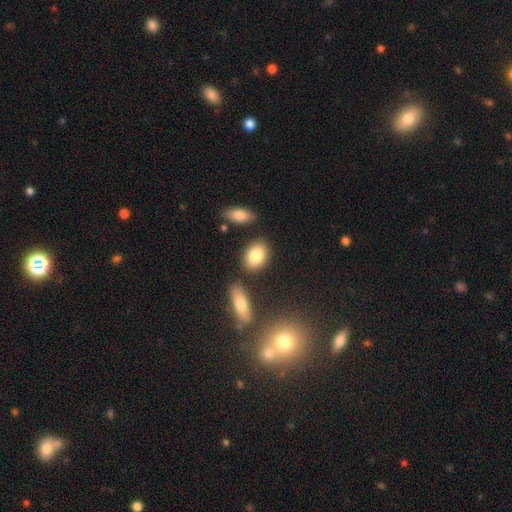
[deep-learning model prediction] A smooth galaxy with no disk features (83%) that is in between round and cigar-shaped (81%). Merging: none (79%).